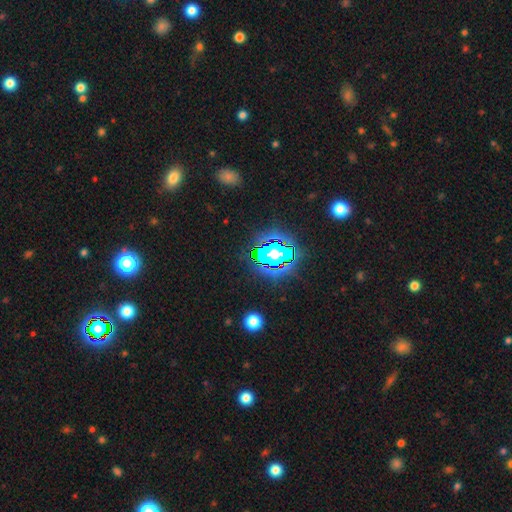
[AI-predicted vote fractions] smooth-or-featured: star or artifact: 80% | smooth: 12% | featured or disk: 7%